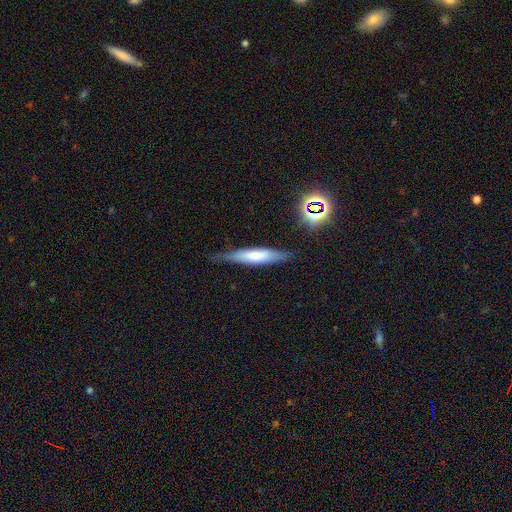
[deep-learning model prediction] Morphology: type=smooth (59%); roundness=cigar-shaped (80%); merging=none (71%).